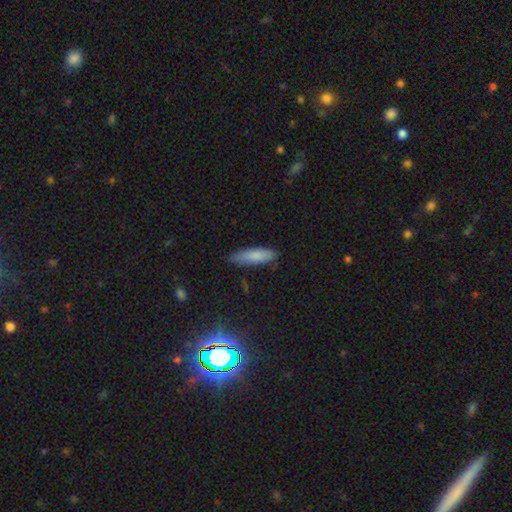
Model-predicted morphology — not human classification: Smooth or featured?
  - smooth: 80% *
  - featured or disk: 12%
  - star or artifact: 8%
How rounded?
  - cigar-shaped: 60% *
  - in between: 38%
  - round: 2%
Merging?
  - none: 78% *
  - minor disturbance: 17%
  - major disturbance: 3%
  - merger: 1%